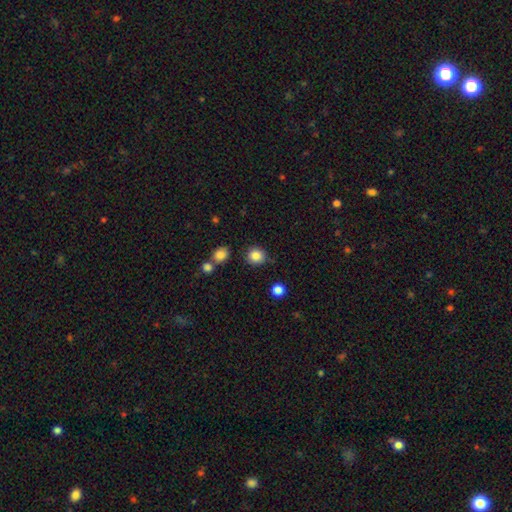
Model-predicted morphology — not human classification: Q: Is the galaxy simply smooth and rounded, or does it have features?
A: smooth — 85%.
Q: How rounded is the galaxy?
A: round — 88%.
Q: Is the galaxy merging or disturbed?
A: none — 83%.